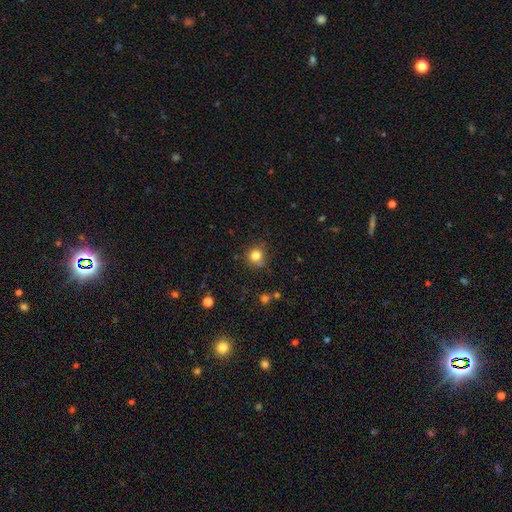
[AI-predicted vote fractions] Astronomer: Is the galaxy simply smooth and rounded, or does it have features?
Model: smooth — 81%.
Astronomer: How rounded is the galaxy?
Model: round — 90%.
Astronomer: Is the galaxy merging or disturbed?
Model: none — 78%.